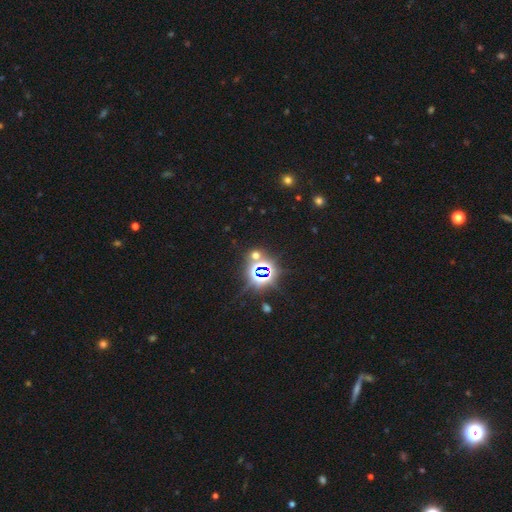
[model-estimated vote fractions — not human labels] A star or artifact, not a galaxy (66%).

Vote fractions:
- Smooth or featured? star or artifact: 66% / smooth: 26% / featured or disk: 8%